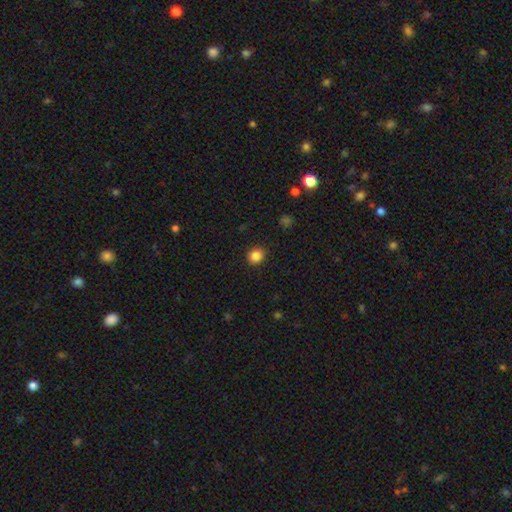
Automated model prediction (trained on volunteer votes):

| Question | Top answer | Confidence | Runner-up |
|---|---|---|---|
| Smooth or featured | smooth | 85% | star or artifact (11%) |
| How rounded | round | 77% | in between (22%) |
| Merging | none | 91% | minor disturbance (6%) |